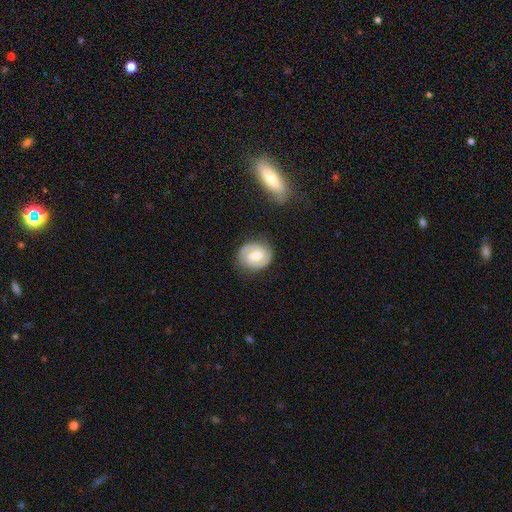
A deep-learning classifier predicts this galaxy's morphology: A featured or disk galaxy (85%) with a weak bar (52%), 2 (91%) tight (59%) spiral arms (97%) and a moderate central bulge (67%).

Vote fractions:
- Smooth or featured? featured or disk: 85% / smooth: 10% / star or artifact: 5%
- Edge-on disk? no: 98% / yes: 2%
- Bar? weak: 52% / no: 26% / strong: 22%
- Spiral arms? yes: 97% / no: 3%
- Spiral winding? tight: 59% / medium: 36% / loose: 6%
- Spiral arm count? 2: 91% / can't tell: 3% / 3: 2% / 1: 1% / 4: 1% / more than 4: 1%
- Bulge size? moderate: 67% / small: 23% / large: 6% / none: 2% / dominant: 1%
- Merging? none: 85% / minor disturbance: 11% / major disturbance: 3% / merger: 1%